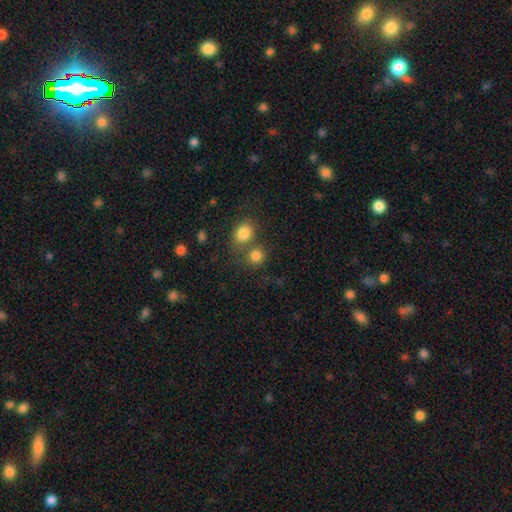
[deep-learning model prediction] Smooth or featured?
  - smooth: 82% *
  - star or artifact: 12%
  - featured or disk: 7%
How rounded?
  - round: 81% *
  - in between: 18%
  - cigar-shaped: 1%
Merging?
  - none: 51% *
  - merger: 37%
  - minor disturbance: 8%
  - major disturbance: 4%